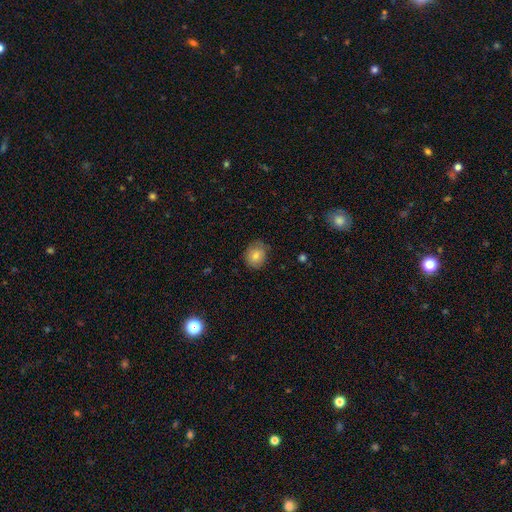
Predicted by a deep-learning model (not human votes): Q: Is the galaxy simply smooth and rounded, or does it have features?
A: smooth — 77%.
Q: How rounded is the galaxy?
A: round — 65%.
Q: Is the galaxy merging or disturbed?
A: none — 76%.